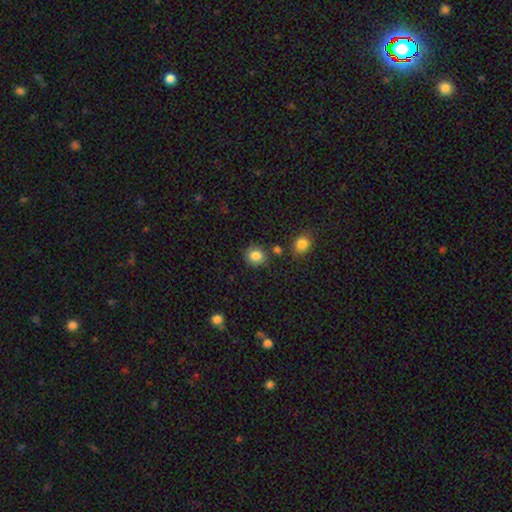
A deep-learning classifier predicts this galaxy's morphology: The model was most divided on "how rounded": round: 78%, in between: 21%, cigar-shaped: 1%. More confident: smooth or featured — smooth (85%); merging — none (79%).